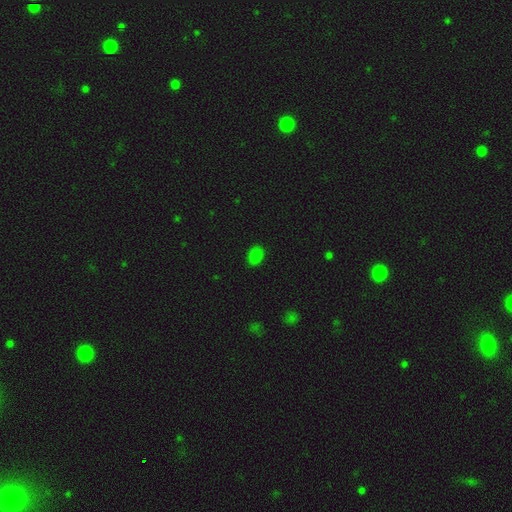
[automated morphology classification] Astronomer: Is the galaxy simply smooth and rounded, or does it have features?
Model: smooth — 82%.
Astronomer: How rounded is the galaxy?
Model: in between — 74%.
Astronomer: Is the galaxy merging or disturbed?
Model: none — 85%.